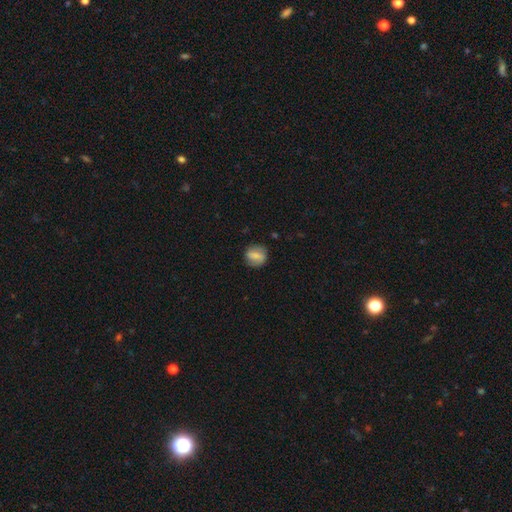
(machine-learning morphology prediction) smooth-or-featured: smooth: 67% | featured or disk: 25% | star or artifact: 8%
  how-rounded: round: 71% | in between: 27% | cigar-shaped: 2%
  merging: none: 81% | minor disturbance: 14% | major disturbance: 4% | merger: 1%